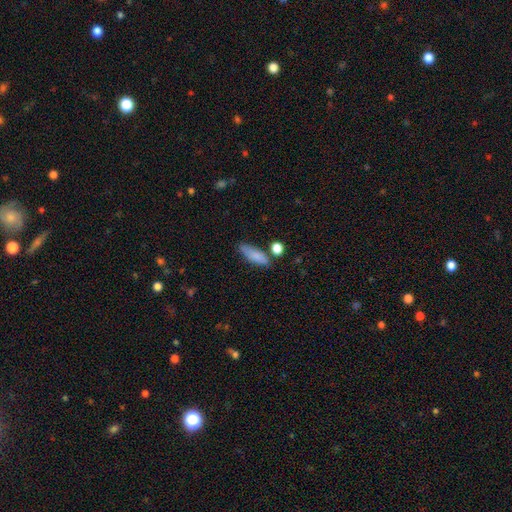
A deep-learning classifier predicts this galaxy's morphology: The model was most divided on "how rounded": in between: 60%, cigar-shaped: 37%, round: 3%. More confident: smooth or featured — smooth (83%); merging — none (66%).